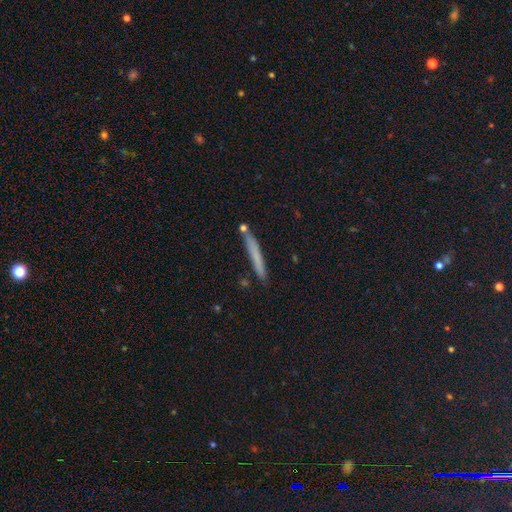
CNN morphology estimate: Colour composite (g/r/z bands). It shows a smooth galaxy with no disk features (68%) that is cigar-shaped (96%). Merging: none (82%).